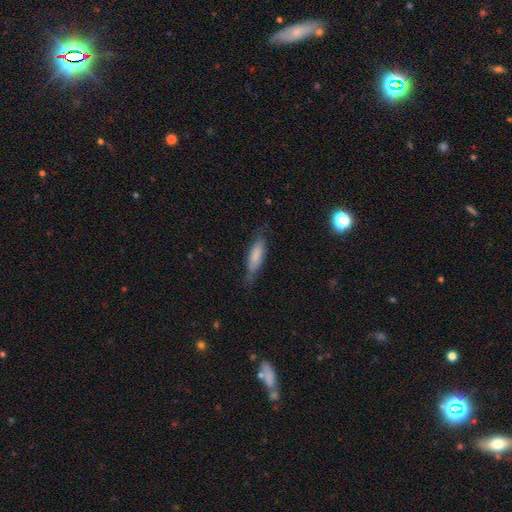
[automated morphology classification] Smooth or featured? Predicted: smooth (p=0.77). How rounded? Predicted: in between (p=0.50). Merging? Predicted: none (p=0.69).